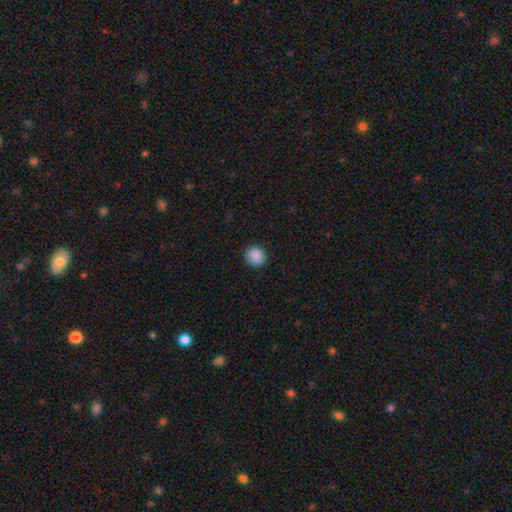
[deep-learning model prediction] This is clearly a smooth galaxy (89%). How rounded: clearly round (86%). Merging: clearly none (91%).